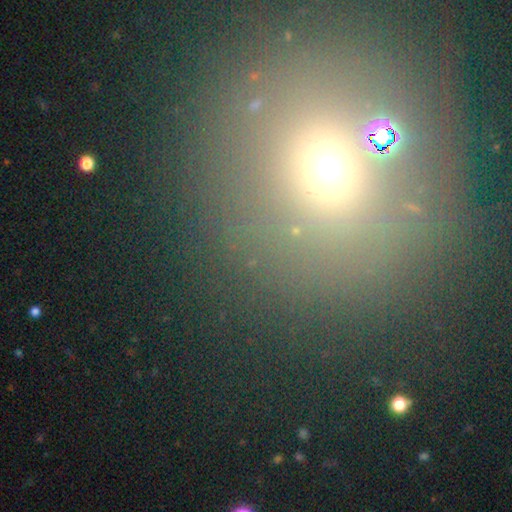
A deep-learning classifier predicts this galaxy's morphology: Overall: smooth (53%; star or artifact 36%). How rounded: round (88%). Merging: none (78%).